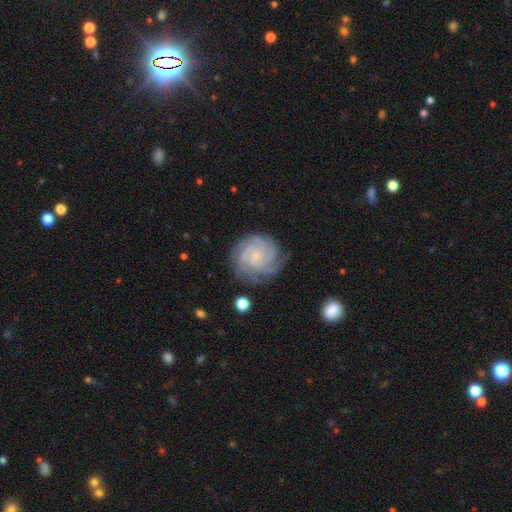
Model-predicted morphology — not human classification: A featured or disk galaxy (87%) with no bar (74%), 4 (33%) tight (74%) spiral arms (98%) and a small central bulge (80%).

Vote fractions:
- Smooth or featured? featured or disk: 87% / smooth: 7% / star or artifact: 6%
- Edge-on disk? no: 98% / yes: 2%
- Bar? no: 74% / weak: 22% / strong: 4%
- Spiral arms? yes: 98% / no: 2%
- Spiral winding? tight: 74% / medium: 22% / loose: 3%
- Spiral arm count? 4: 33% / 3: 26% / can't tell: 17% / 2: 10% / more than 4: 9% / 1: 7%
- Bulge size? small: 80% / moderate: 11% / none: 8% / large: 1% / dominant: 1%
- Merging? none: 78% / minor disturbance: 15% / major disturbance: 5% / merger: 2%